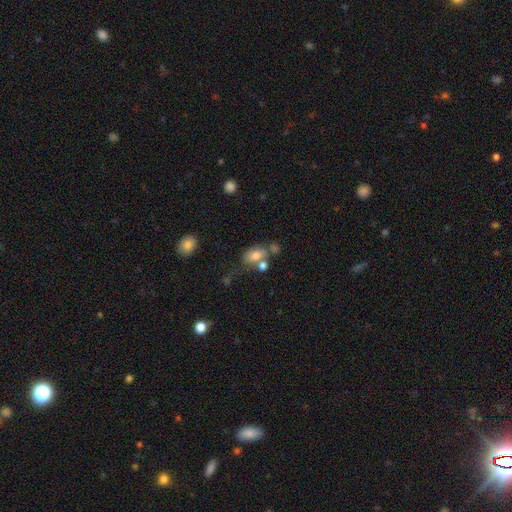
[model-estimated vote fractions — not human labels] A smooth galaxy with no disk features (70%) that is in between round and cigar-shaped (82%). Merging: none (38%).